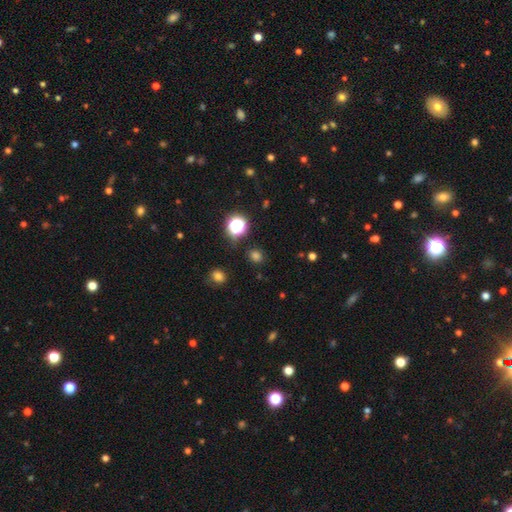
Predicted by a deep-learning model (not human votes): Smooth or featured?
  - smooth: 71% *
  - star or artifact: 25%
  - featured or disk: 4%
How rounded?
  - round: 78% *
  - in between: 21%
  - cigar-shaped: 1%
Merging?
  - none: 85% *
  - minor disturbance: 9%
  - major disturbance: 3%
  - merger: 2%